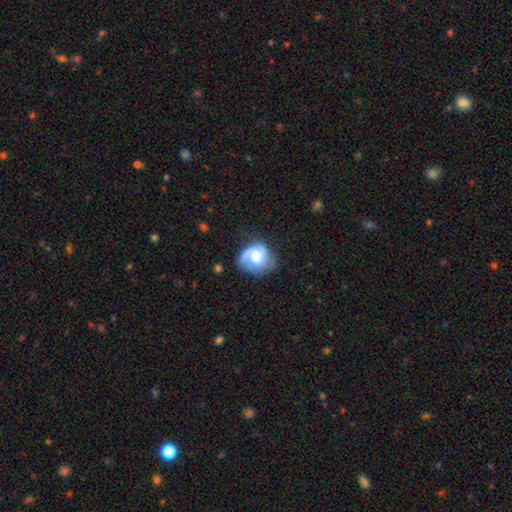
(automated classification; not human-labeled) Morphology: type=featured or disk (66%); edge-on=no (98%); bar=no (58%); spiral arms=yes (88%); winding=medium (42%); arm count=2 (48%); bulge=moderate (56%); merging=none (55%).